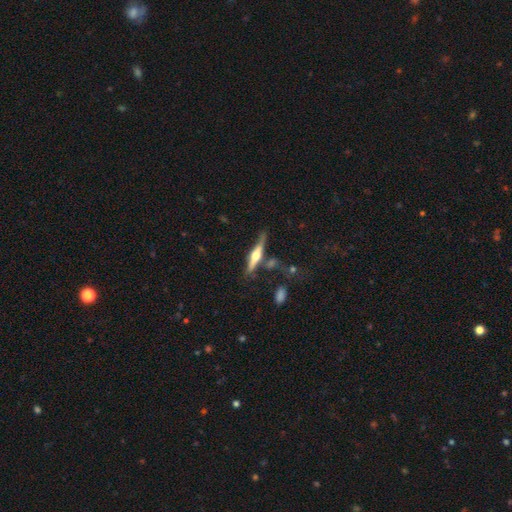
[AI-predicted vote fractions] Smooth or featured: featured or disk — 69% (smooth — 25%)
Edge-on disk: yes — 97% (no — 3%)
Edge-on bulge: rounded — 90% (boxy — 7%)
Merging: none — 71% (minor disturbance — 16%)